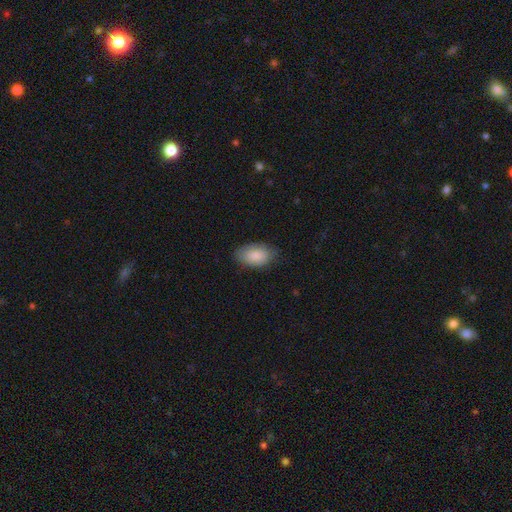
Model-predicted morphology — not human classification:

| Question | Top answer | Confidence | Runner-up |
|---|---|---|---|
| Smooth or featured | smooth | 86% | featured or disk (8%) |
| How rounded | in between | 93% | round (5%) |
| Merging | none | 77% | minor disturbance (18%) |